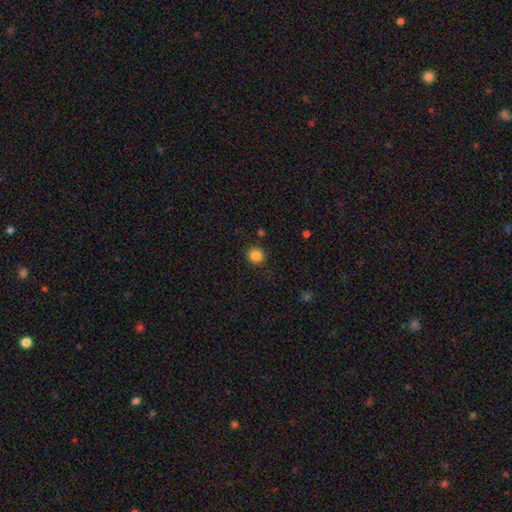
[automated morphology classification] Smooth or featured: smooth — 86% (star or artifact — 11%)
How rounded: round — 91% (in between — 8%)
Merging: none — 89% (minor disturbance — 7%)